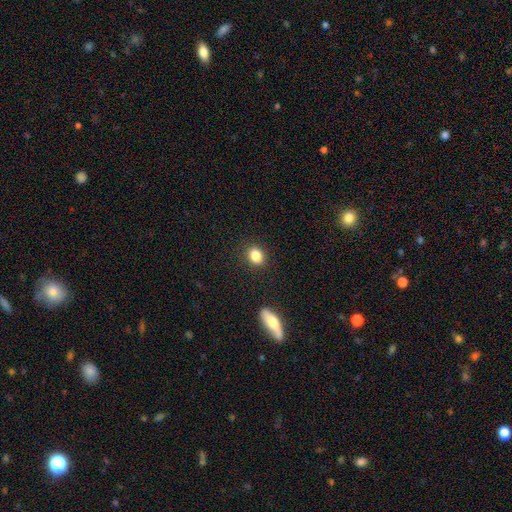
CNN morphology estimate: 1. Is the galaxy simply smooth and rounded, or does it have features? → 85% smooth, 10% star or artifact, 5% featured or disk.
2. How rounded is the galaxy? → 51% in between, 47% round, 2% cigar-shaped.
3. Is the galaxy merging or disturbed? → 88% none, 8% minor disturbance, 2% major disturbance, 2% merger.